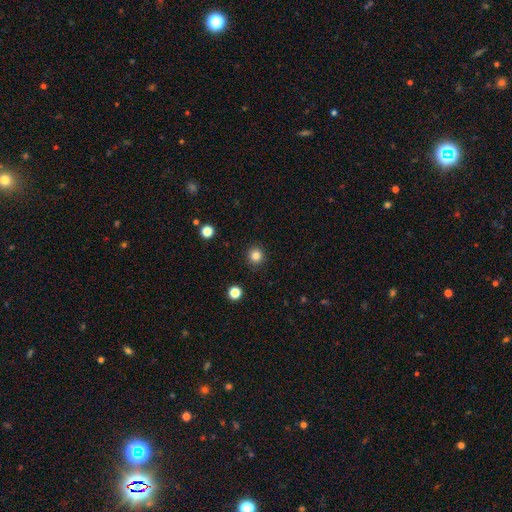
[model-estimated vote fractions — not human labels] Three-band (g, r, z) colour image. It shows a smooth galaxy with no disk features (84%) that is round (95%). Merging: none (92%).